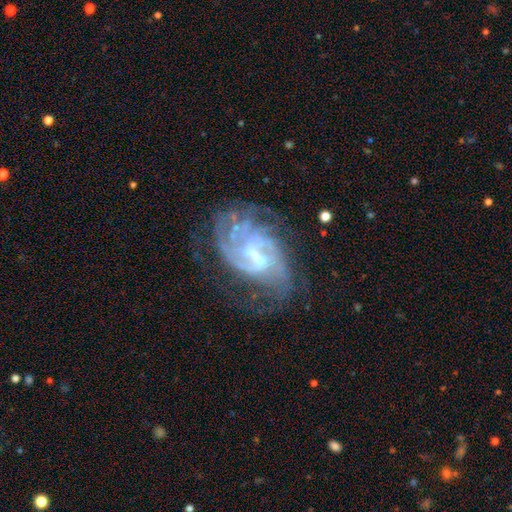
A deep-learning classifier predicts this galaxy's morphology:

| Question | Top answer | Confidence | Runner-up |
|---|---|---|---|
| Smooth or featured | featured or disk | 86% | star or artifact (7%) |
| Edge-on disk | no | 97% | yes (3%) |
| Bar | weak | 50% | strong (32%) |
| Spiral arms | yes | 90% | no (10%) |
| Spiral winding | medium | 42% | tight (36%) |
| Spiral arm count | can't tell | 37% | 2 (24%) |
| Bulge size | moderate | 37% | small (33%) |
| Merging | none | 49% | major disturbance (26%) |